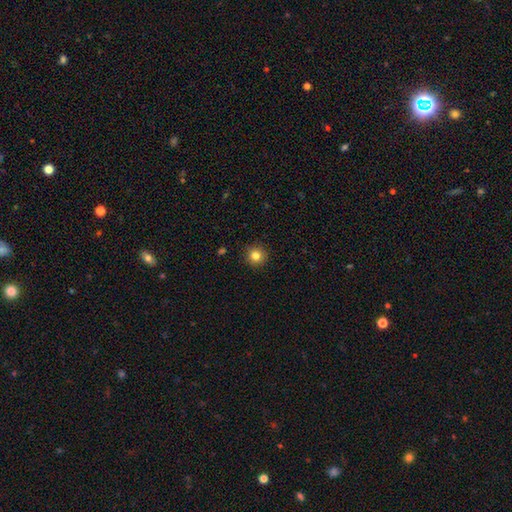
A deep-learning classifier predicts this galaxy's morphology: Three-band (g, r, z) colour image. It shows a smooth galaxy with no disk features (83%) that is round (95%). Merging: none (92%).